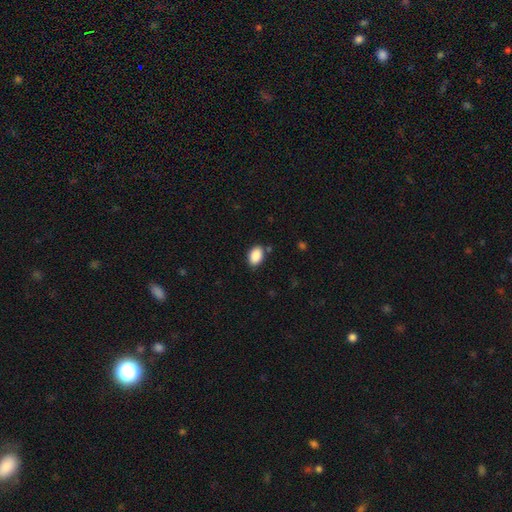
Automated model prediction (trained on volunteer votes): This appears to be a smooth galaxy with no disk features (89%) that is in between round and cigar-shaped (87%). Merging: none (82%).